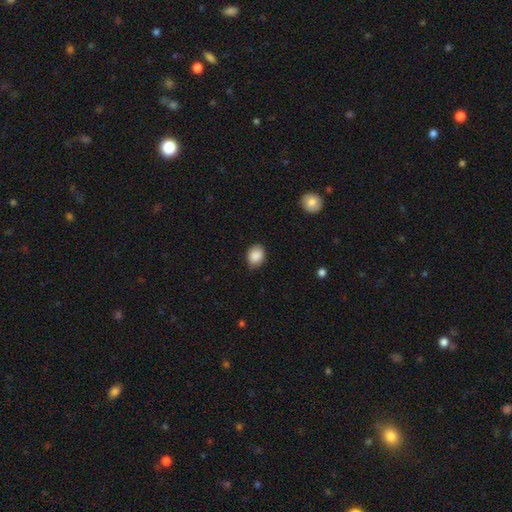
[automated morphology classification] Smooth or featured? smooth (88%)
How rounded? in between (60%)
Merging? none (78%)